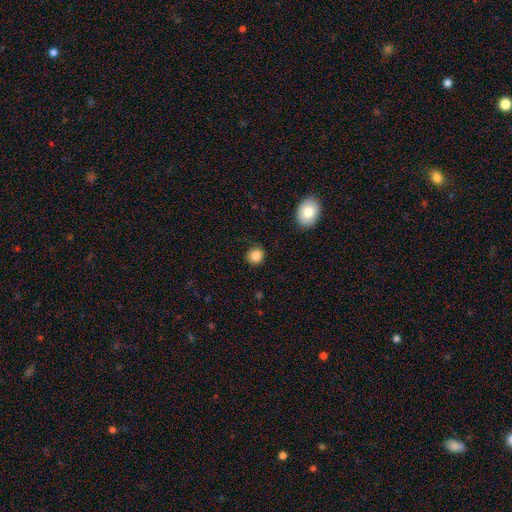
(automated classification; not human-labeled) Smooth or featured?
  - smooth: 85% *
  - star or artifact: 11%
  - featured or disk: 4%
How rounded?
  - round: 85% *
  - in between: 14%
  - cigar-shaped: 1%
Merging?
  - none: 86% *
  - minor disturbance: 10%
  - major disturbance: 3%
  - merger: 1%